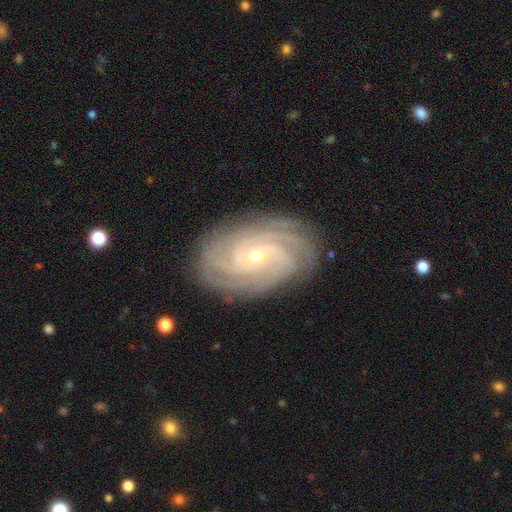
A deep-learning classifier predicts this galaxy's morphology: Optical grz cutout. It shows a featured or disk galaxy (90%) with no bar (59%), 4 (32%) tight (79%) spiral arms (98%) and a small central bulge (62%). Merging: none (84%).